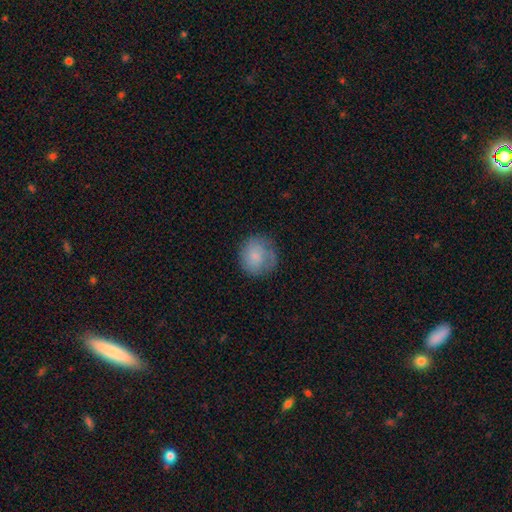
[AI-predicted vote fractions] Morphology: type=smooth (76%); roundness=round (84%); merging=none (69%).